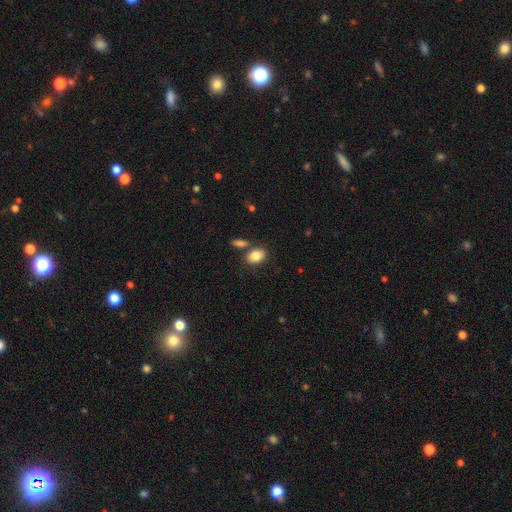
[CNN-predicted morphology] This appears to be a smooth galaxy with no disk features (84%) that is in between round and cigar-shaped (76%). Merging: none (69%).